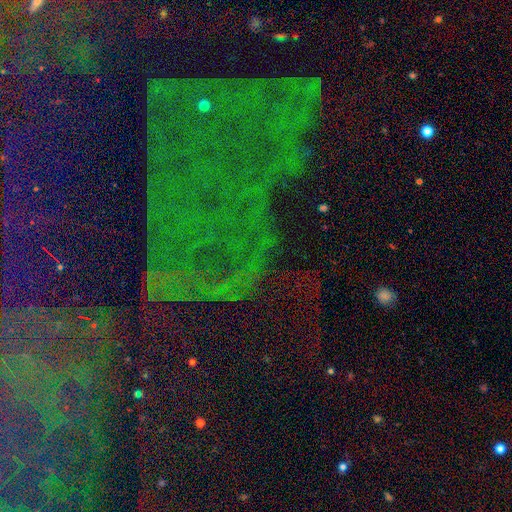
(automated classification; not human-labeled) Smooth or featured? star or artifact (79%)